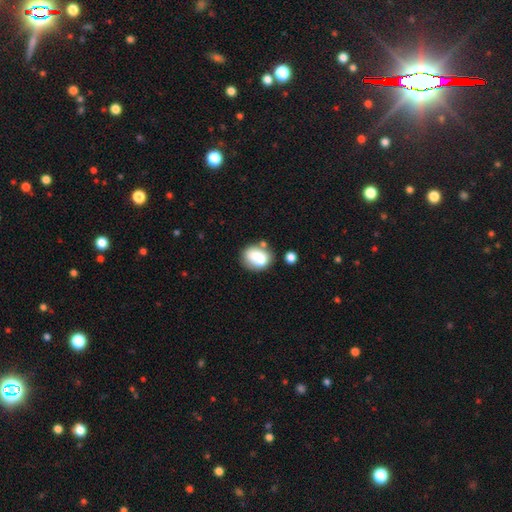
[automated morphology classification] Smooth or featured?
  - smooth: 70% *
  - featured or disk: 21%
  - star or artifact: 9%
How rounded?
  - in between: 57% *
  - round: 42%
  - cigar-shaped: 1%
Merging?
  - none: 48% *
  - merger: 26%
  - minor disturbance: 18%
  - major disturbance: 8%